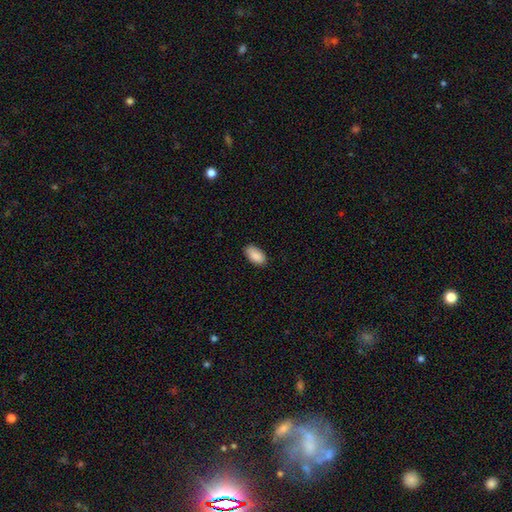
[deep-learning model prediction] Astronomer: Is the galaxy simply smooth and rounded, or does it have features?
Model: smooth — 89%.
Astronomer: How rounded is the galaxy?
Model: in between — 94%.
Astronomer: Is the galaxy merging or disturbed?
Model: none — 84%.